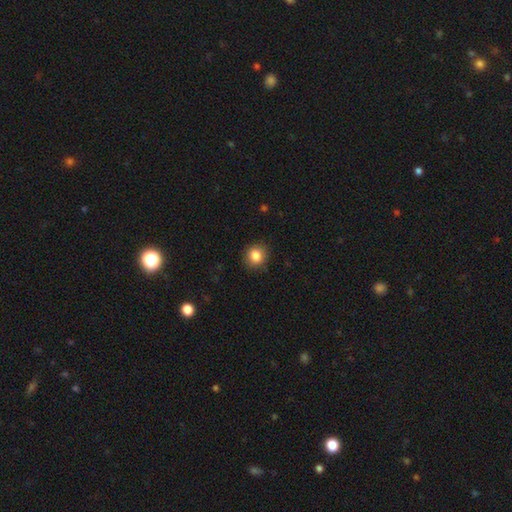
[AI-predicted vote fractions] smooth 85%, star or artifact 10%, featured or disk 5%. Down the decision tree: how rounded — round (78%); merging — none (87%).